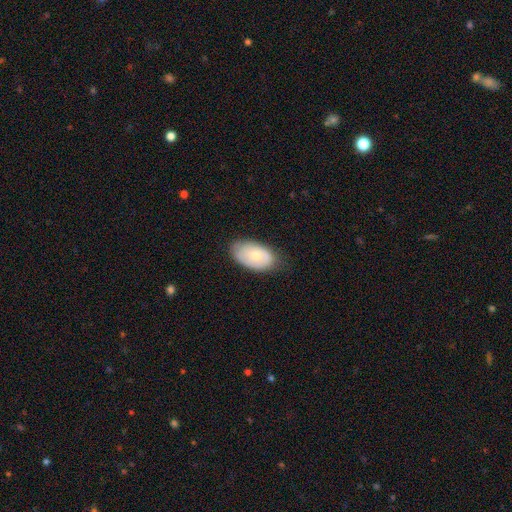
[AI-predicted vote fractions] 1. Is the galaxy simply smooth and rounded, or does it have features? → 61% smooth, 33% featured or disk, 6% star or artifact.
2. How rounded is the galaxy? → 93% in between, 6% round, 1% cigar-shaped.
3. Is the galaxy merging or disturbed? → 73% none, 22% minor disturbance, 4% major disturbance, 1% merger.